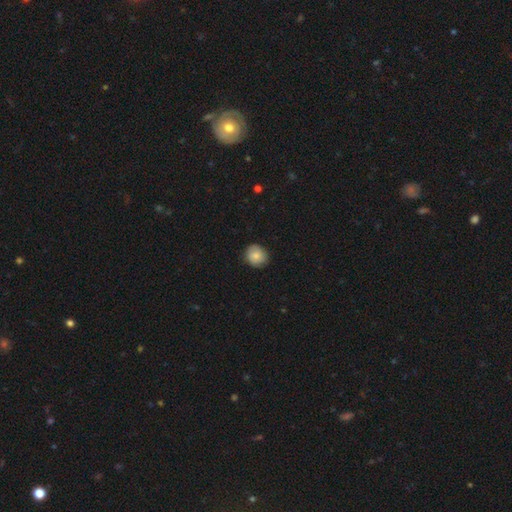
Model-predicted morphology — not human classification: smooth-or-featured: smooth: 82% | featured or disk: 11% | star or artifact: 8%
  how-rounded: round: 81% | in between: 18% | cigar-shaped: 1%
  merging: none: 84% | minor disturbance: 13% | major disturbance: 2% | merger: 1%